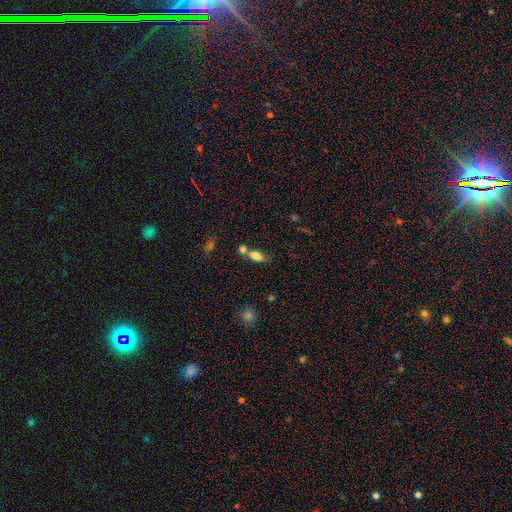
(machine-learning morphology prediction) Smooth or featured? smooth (79%)
How rounded? in between (85%)
Merging? none (43%)